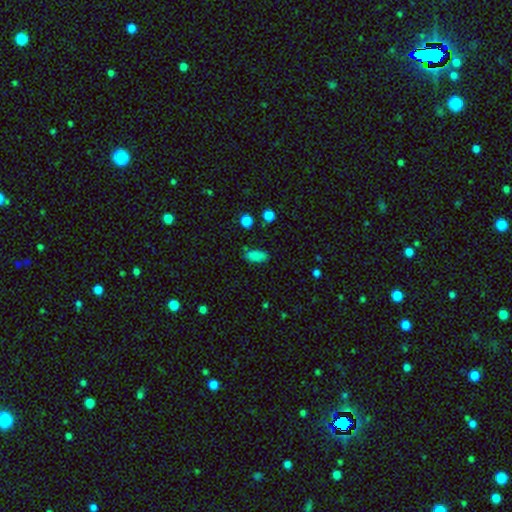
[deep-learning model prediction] Morphology: type=smooth (83%); roundness=in between (85%); merging=none (73%).